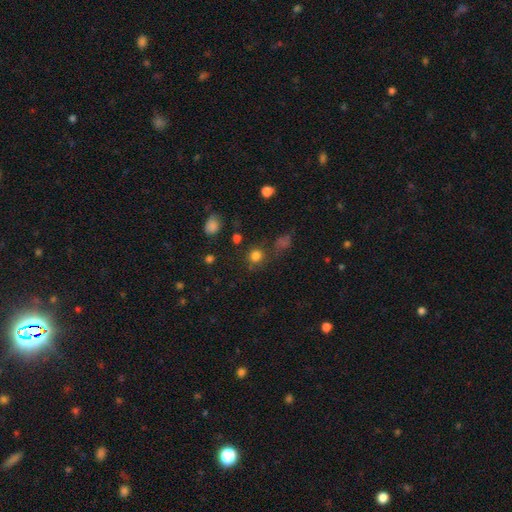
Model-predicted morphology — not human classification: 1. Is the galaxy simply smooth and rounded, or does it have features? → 78% smooth, 16% star or artifact, 6% featured or disk.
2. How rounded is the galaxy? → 87% round, 12% in between, 1% cigar-shaped.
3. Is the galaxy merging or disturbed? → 73% none, 12% minor disturbance, 8% merger, 6% major disturbance.